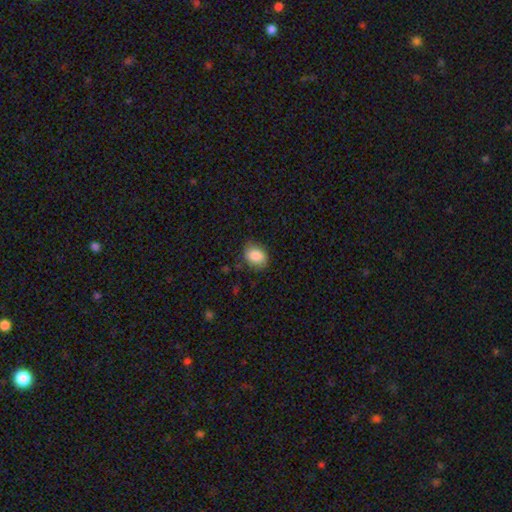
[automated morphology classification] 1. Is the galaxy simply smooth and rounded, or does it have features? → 87% smooth, 8% star or artifact, 6% featured or disk.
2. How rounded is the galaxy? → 60% in between, 39% round, 1% cigar-shaped.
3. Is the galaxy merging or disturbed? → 76% none, 18% minor disturbance, 4% major disturbance, 1% merger.